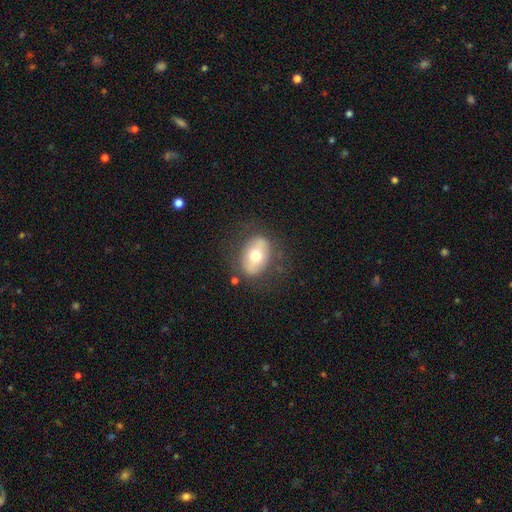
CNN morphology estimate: smooth-or-featured: smooth: 55% | featured or disk: 38% | star or artifact: 7%
  how-rounded: in between: 76% | round: 22% | cigar-shaped: 2%
  merging: none: 74% | minor disturbance: 16% | major disturbance: 7% | merger: 2%